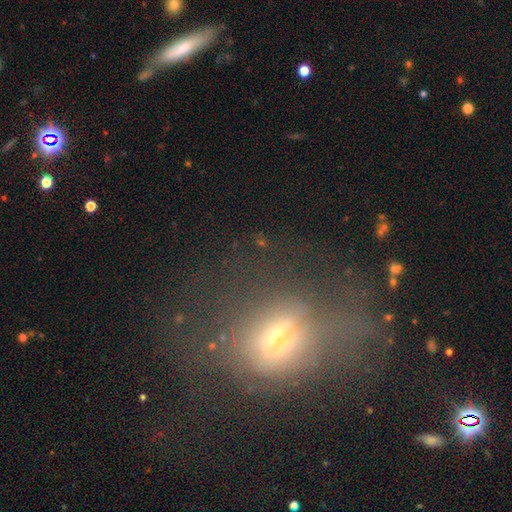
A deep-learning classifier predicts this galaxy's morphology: Smooth or featured: smooth — 48% (star or artifact — 26%)
Merging: none — 43% (major disturbance — 32%)